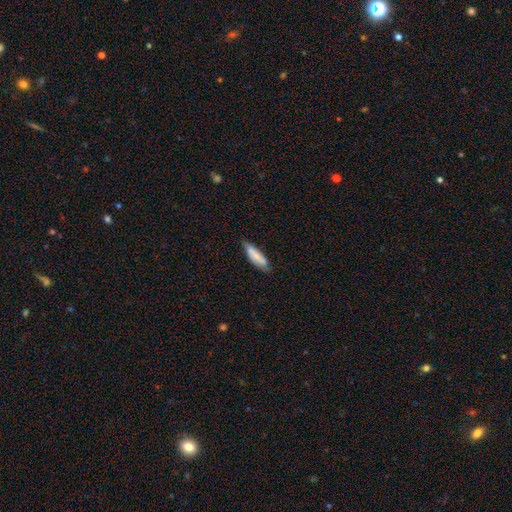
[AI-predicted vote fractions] This appears to be a smooth galaxy with no disk features (76%) that is cigar-shaped (60%). Merging: none (67%).